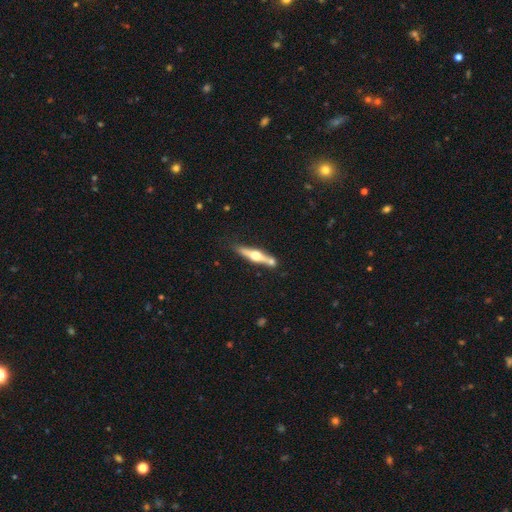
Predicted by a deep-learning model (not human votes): smooth_or_featured: featured or disk (p=0.68) [alt: smooth p=0.27]
disk_edge_on: yes (p=0.96) [alt: no p=0.04]
edge_on_bulge: rounded (p=0.95) [alt: boxy p=0.03]
merging: none (p=0.70) [alt: merger p=0.15]